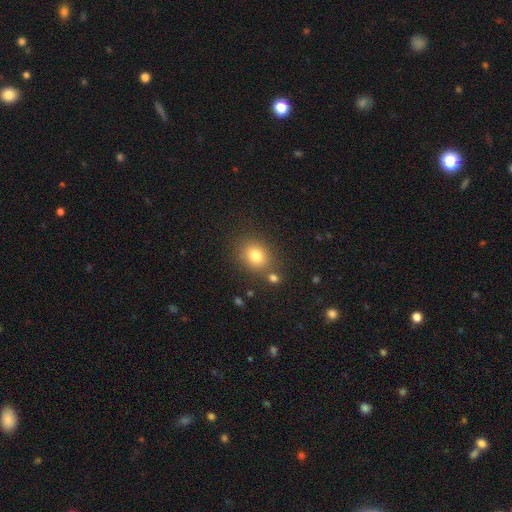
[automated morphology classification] smooth 79%, star or artifact 12%, featured or disk 9%. Down the decision tree: how rounded — round (61%); merging — none (74%).